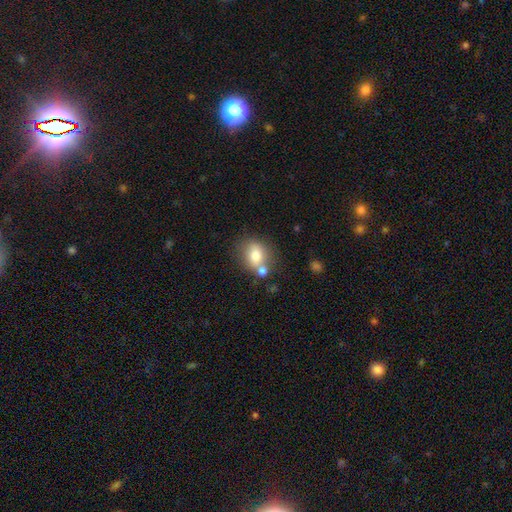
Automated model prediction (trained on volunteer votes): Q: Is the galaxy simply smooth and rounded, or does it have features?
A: smooth — 75%.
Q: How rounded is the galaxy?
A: in between — 51%.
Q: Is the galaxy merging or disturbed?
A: none — 59%.